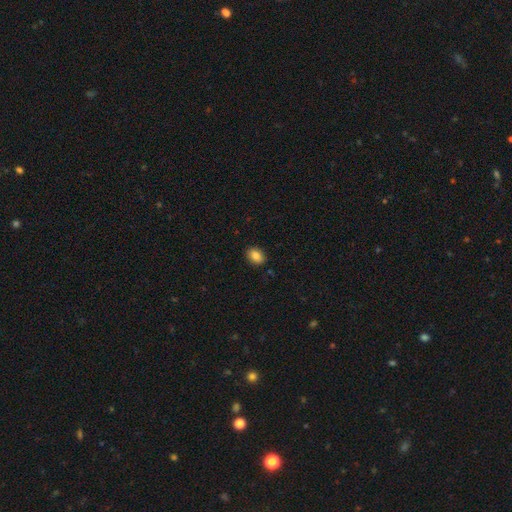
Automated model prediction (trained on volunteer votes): Smooth or featured: smooth — 86% (star or artifact — 9%)
How rounded: in between — 72% (round — 27%)
Merging: none — 89% (minor disturbance — 8%)